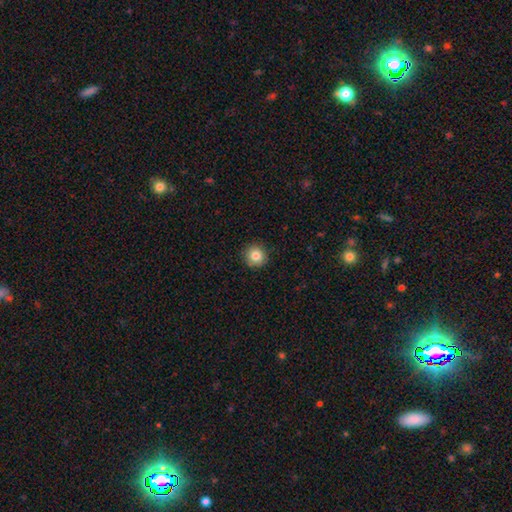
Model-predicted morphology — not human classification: Smooth or featured?
  - smooth: 83% *
  - star or artifact: 10%
  - featured or disk: 7%
How rounded?
  - round: 94% *
  - in between: 5%
  - cigar-shaped: 1%
Merging?
  - none: 91% *
  - minor disturbance: 6%
  - major disturbance: 2%
  - merger: 1%